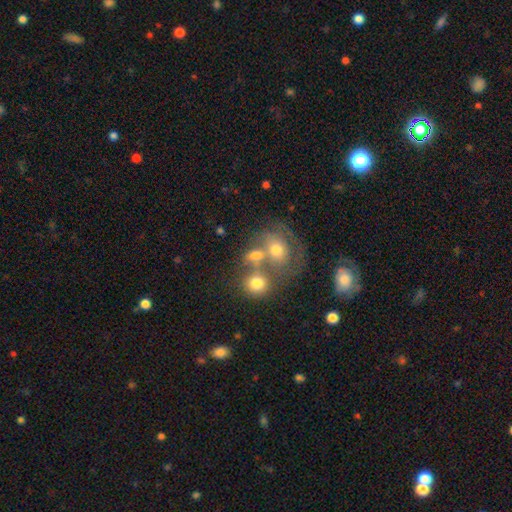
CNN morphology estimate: A smooth galaxy with no disk features (61%) that is round (56%). Merging: merger (51%).